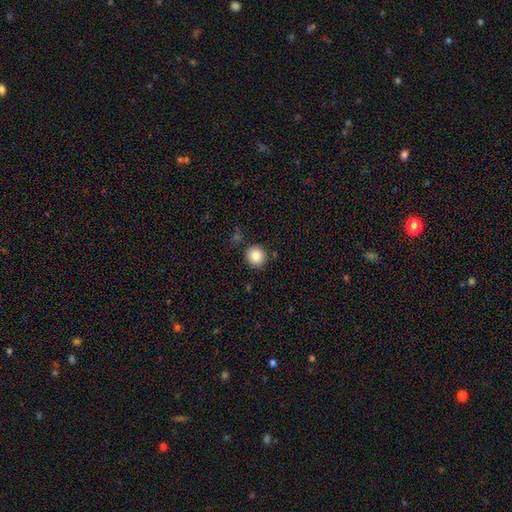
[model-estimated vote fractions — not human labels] Smooth or featured?
  - smooth: 84% *
  - star or artifact: 9%
  - featured or disk: 7%
How rounded?
  - round: 91% *
  - in between: 8%
  - cigar-shaped: 1%
Merging?
  - none: 86% *
  - minor disturbance: 8%
  - merger: 3%
  - major disturbance: 2%